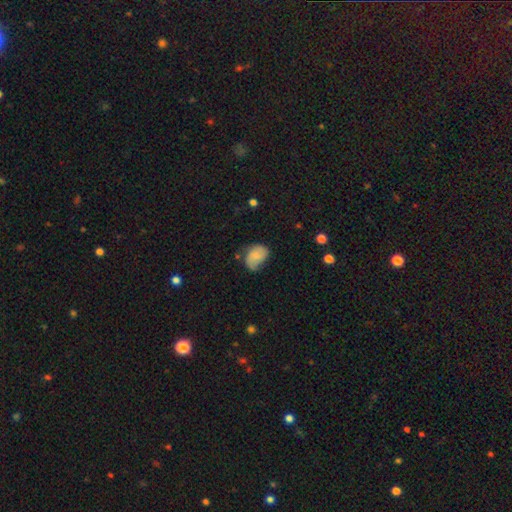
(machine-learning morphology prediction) A smooth galaxy with no disk features (61%) that is in between round and cigar-shaped (70%). Merging: none (49%).